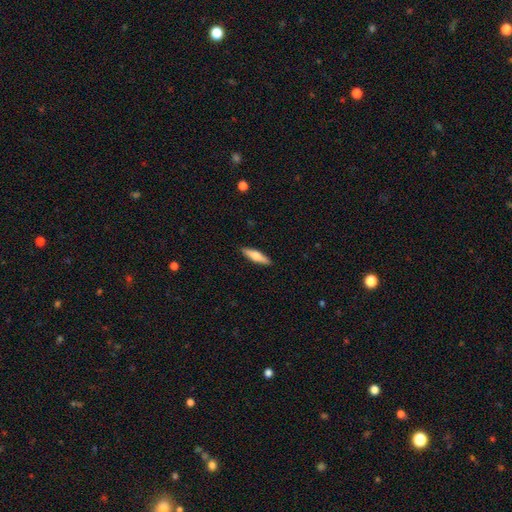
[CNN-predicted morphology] Overall: smooth (61%; featured or disk 33%). How rounded: cigar-shaped (69%). Merging: none (90%).